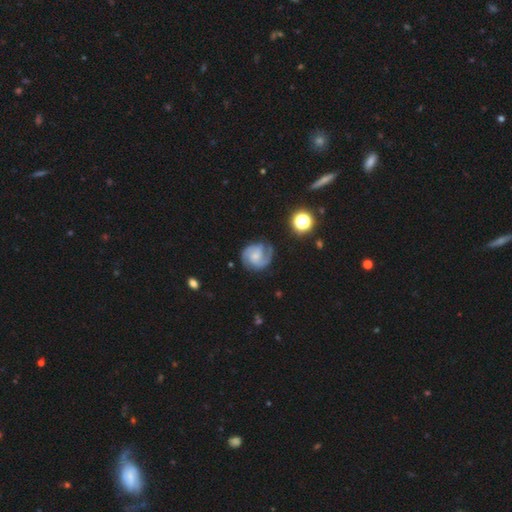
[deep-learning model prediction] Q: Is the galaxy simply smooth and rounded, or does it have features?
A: featured or disk — 85%.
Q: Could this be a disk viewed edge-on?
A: no — 98%.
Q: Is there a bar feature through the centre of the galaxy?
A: no — 54%.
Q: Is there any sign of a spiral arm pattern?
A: yes — 97%.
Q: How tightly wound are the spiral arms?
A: medium — 49%.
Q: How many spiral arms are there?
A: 2 — 70%.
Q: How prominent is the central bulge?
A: small — 52%.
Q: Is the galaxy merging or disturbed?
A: none — 75%.